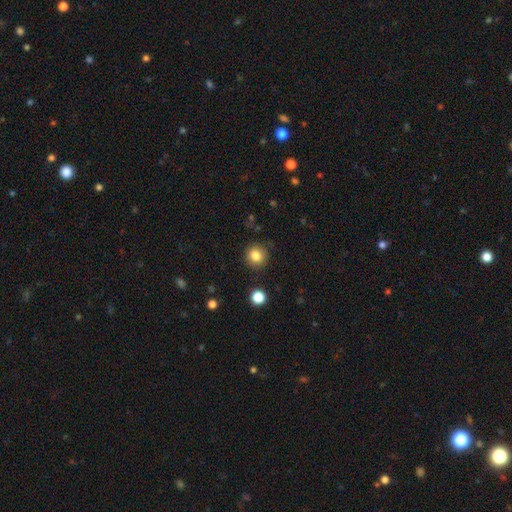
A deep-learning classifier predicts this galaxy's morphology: Smooth or featured? Predicted: smooth (p=0.83). How rounded? Predicted: round (p=0.89). Merging? Predicted: none (p=0.88).